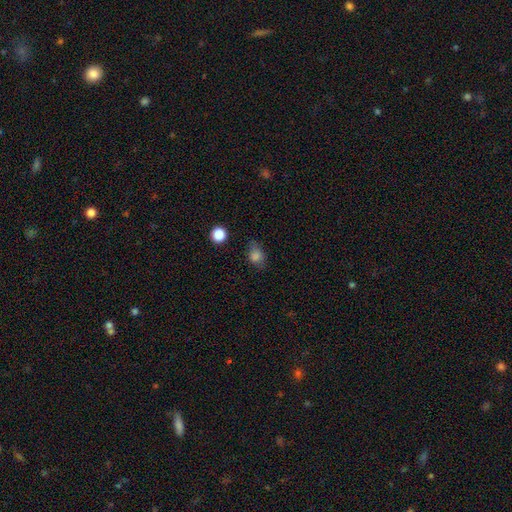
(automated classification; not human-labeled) smooth-or-featured: smooth: 79% | star or artifact: 12% | featured or disk: 9%
  how-rounded: in between: 61% | round: 36% | cigar-shaped: 2%
  merging: none: 59% | minor disturbance: 28% | major disturbance: 9% | merger: 3%